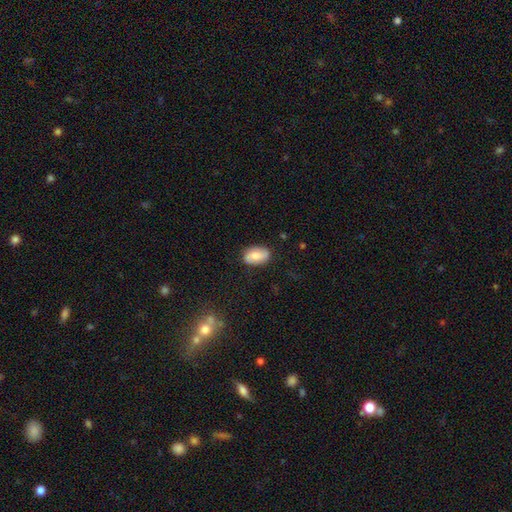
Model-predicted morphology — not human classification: The model was most divided on "smooth or featured": smooth: 73%, featured or disk: 19%, star or artifact: 7%. More confident: how rounded — in between (90%); merging — none (80%).